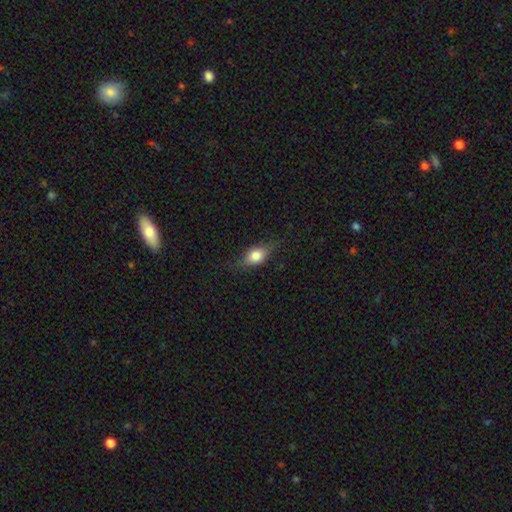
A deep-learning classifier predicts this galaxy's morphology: Smooth or featured? Predicted: smooth (p=0.70). How rounded? Predicted: in between (p=0.73). Merging? Predicted: none (p=0.73).